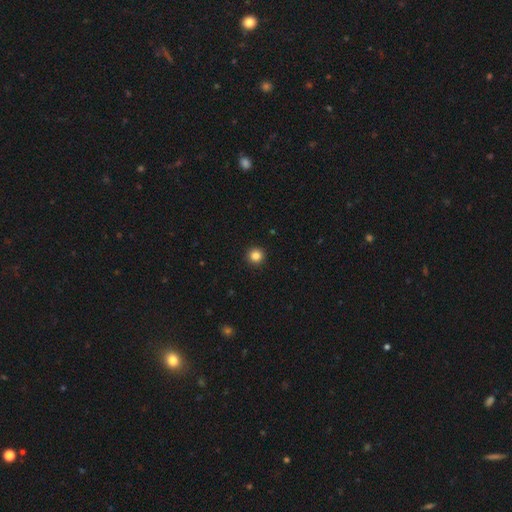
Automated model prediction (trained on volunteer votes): Smooth or featured? smooth (84%)
How rounded? round (96%)
Merging? none (94%)